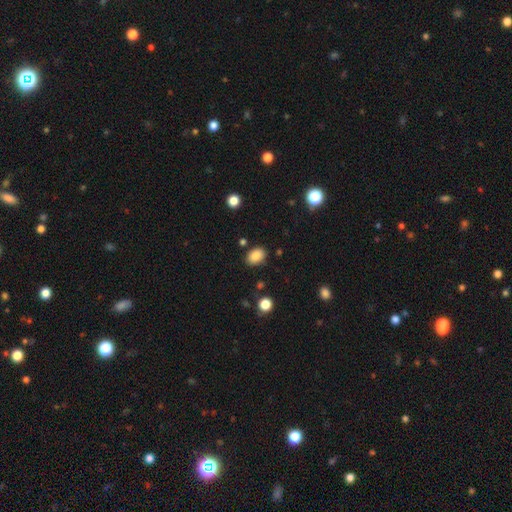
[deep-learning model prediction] smooth-or-featured: smooth: 87% | star or artifact: 9% | featured or disk: 4%
  how-rounded: in between: 78% | round: 21% | cigar-shaped: 1%
  merging: none: 84% | minor disturbance: 10% | major disturbance: 3% | merger: 2%